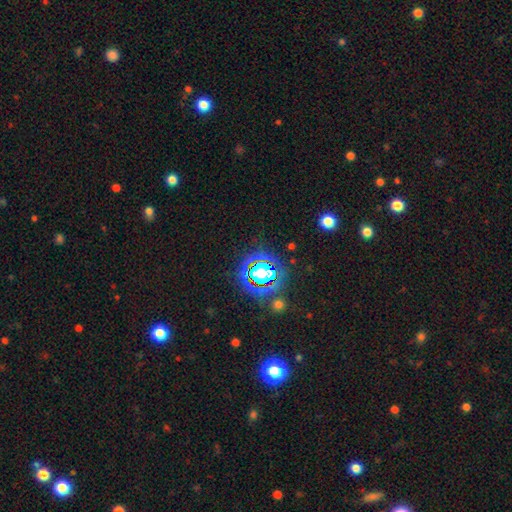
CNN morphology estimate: Q: Smooth or featured?
A: star or artifact (81%); runner-up: smooth (12%)